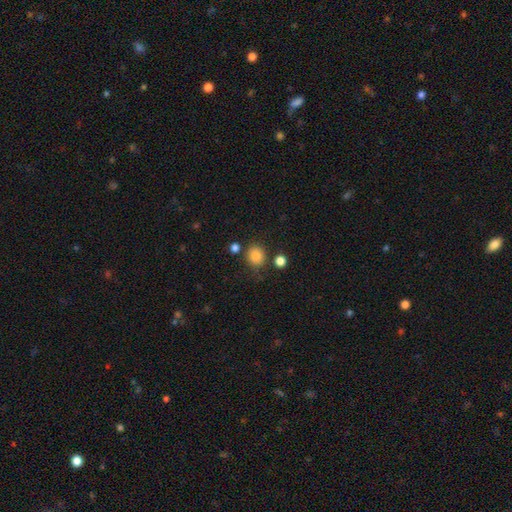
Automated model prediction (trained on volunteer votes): The model was most divided on "how rounded": round: 81%, in between: 18%, cigar-shaped: 1%. More confident: smooth or featured — smooth (84%); merging — none (78%).